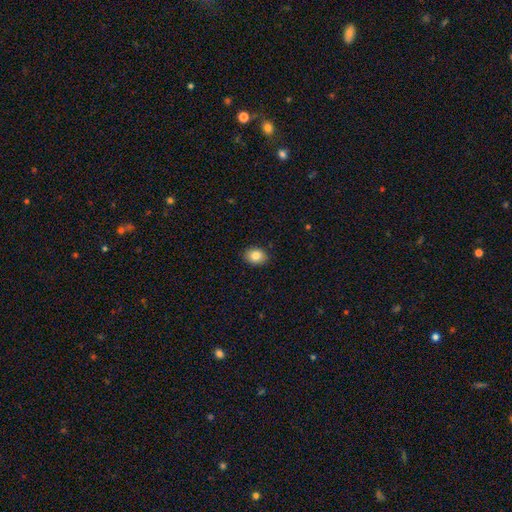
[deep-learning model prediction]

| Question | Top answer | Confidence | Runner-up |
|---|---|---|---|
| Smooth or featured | smooth | 85% | star or artifact (8%) |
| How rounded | in between | 61% | round (38%) |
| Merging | none | 88% | minor disturbance (9%) |